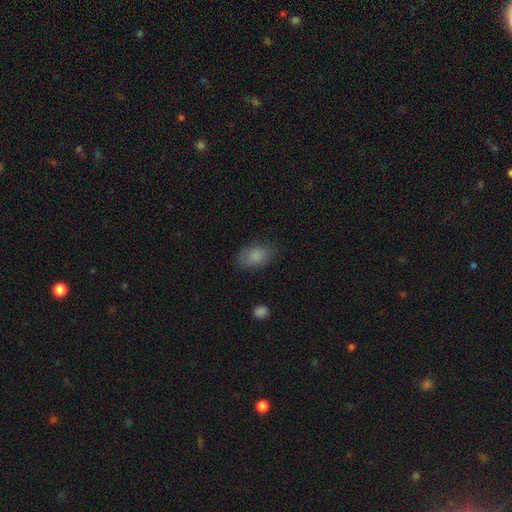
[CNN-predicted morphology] smooth-or-featured: smooth: 84% | star or artifact: 8% | featured or disk: 8%
  how-rounded: in between: 87% | round: 11% | cigar-shaped: 2%
  merging: none: 74% | minor disturbance: 19% | major disturbance: 6% | merger: 1%